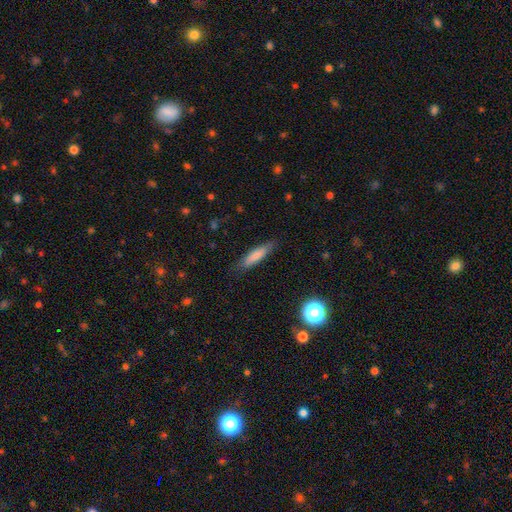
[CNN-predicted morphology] This appears to be a smooth galaxy with no disk features (79%) that is cigar-shaped (74%). Merging: none (81%).